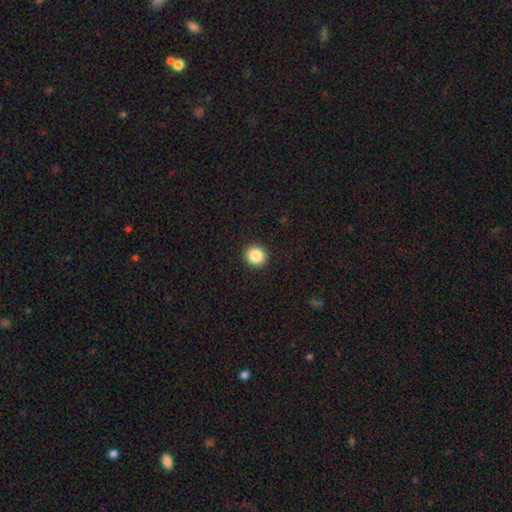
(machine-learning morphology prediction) type=smooth (86%); roundness=round (90%); merging=none (93%).